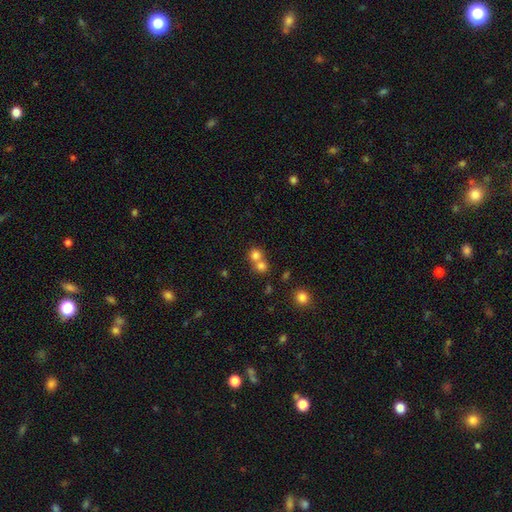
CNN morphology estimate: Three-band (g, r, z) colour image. It shows a smooth galaxy with no disk features (77%) that is round (87%). Merging: merger (51%).